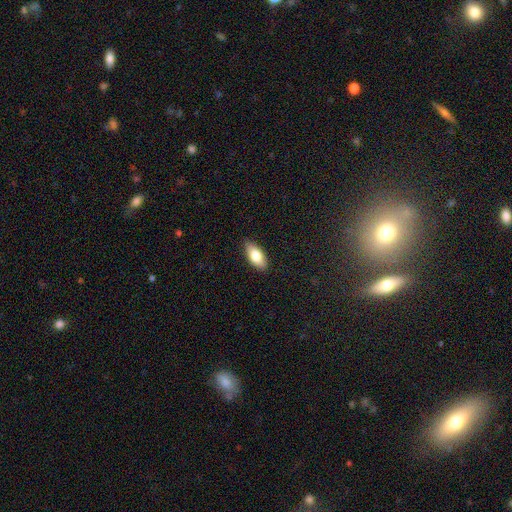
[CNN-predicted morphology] smooth 79%, featured or disk 14%, star or artifact 6%. Down the decision tree: how rounded — in between (88%); merging — none (87%).